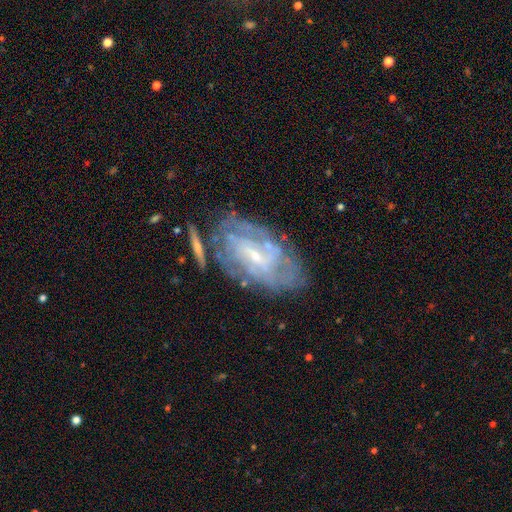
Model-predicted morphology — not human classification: featured or disk 77%, smooth 15%, star or artifact 8%. Down the decision tree: edge-on disk — no (94%); bar — weak (48%); spiral arms — yes (80%); spiral arm count — can't tell (53%); spiral winding — tight (56%); bulge size — small (70%); merging — none (62%).